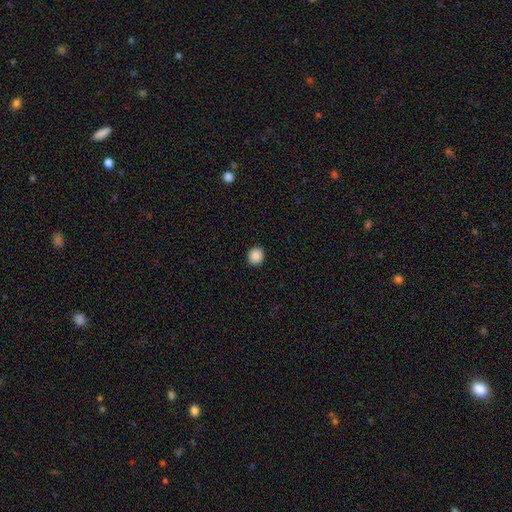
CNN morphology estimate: smooth 89%, star or artifact 9%, featured or disk 3%. Down the decision tree: how rounded — round (77%); merging — none (92%).